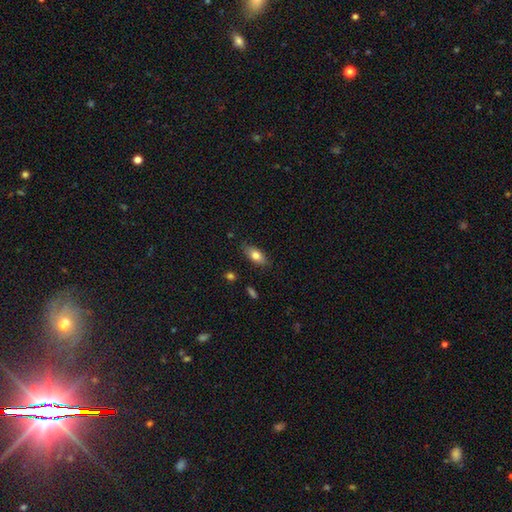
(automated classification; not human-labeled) smooth 77%, featured or disk 16%, star or artifact 7%. Down the decision tree: how rounded — in between (84%); merging — none (82%).